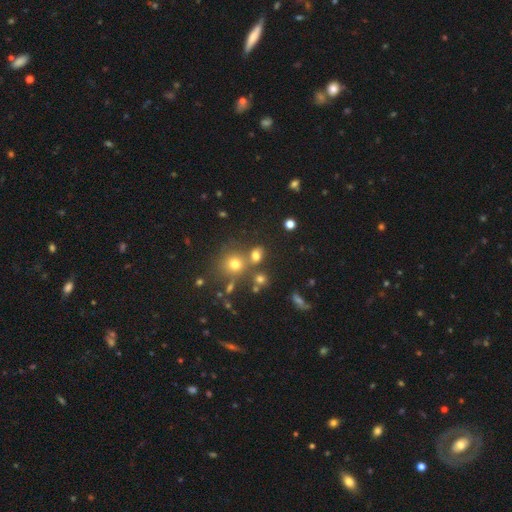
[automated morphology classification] smooth 70%, star or artifact 19%, featured or disk 11%. Down the decision tree: how rounded — round (55%); merging — none (59%).